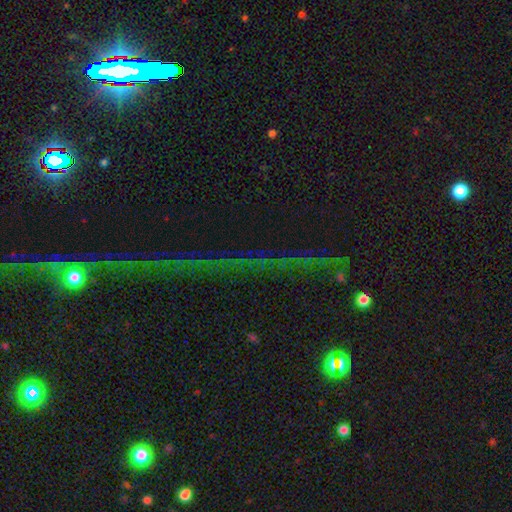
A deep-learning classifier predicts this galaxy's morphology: This appears to be a star or artifact, not a galaxy (74%).